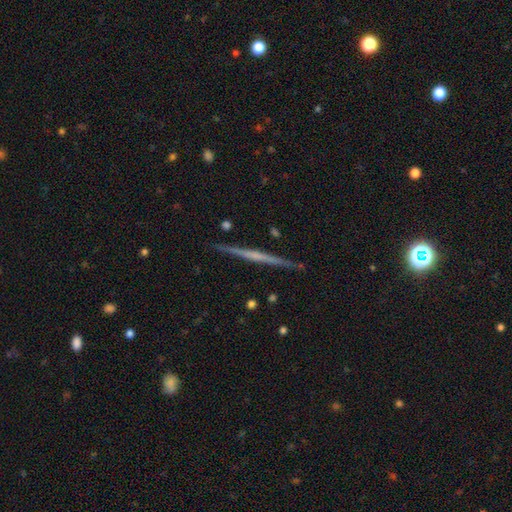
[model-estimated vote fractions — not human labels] Smooth or featured?
  - featured or disk: 72% *
  - smooth: 23%
  - star or artifact: 6%
Edge-on disk?
  - yes: 98% *
  - no: 2%
Edge-on bulge?
  - none: 67% *
  - rounded: 23%
  - boxy: 10%
Merging?
  - none: 92% *
  - minor disturbance: 6%
  - major disturbance: 1%
  - merger: 1%